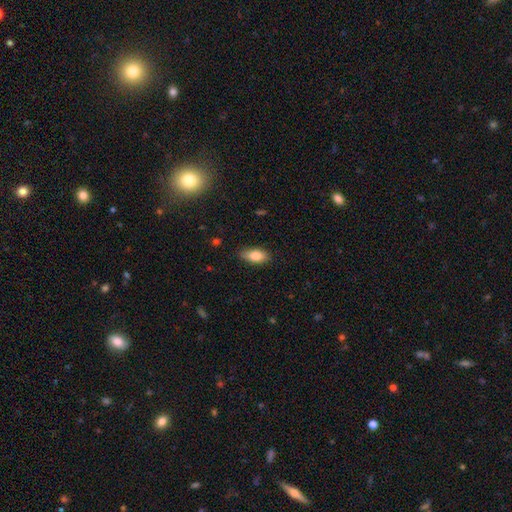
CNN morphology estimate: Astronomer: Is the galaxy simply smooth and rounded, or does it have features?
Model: smooth — 82%.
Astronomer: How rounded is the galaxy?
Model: in between — 87%.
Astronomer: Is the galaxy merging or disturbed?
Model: none — 83%.